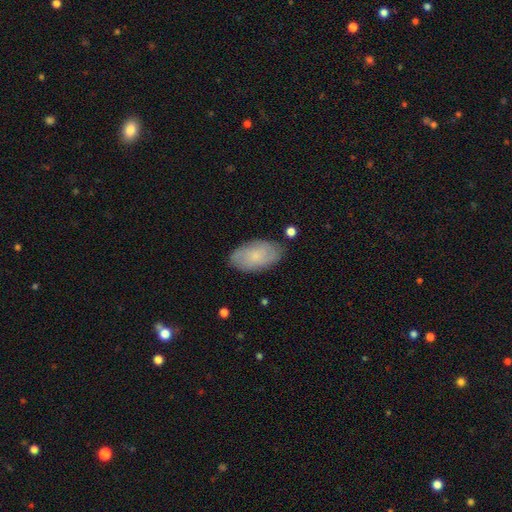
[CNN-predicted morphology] type=smooth (63%); roundness=in between (94%); merging=none (81%).